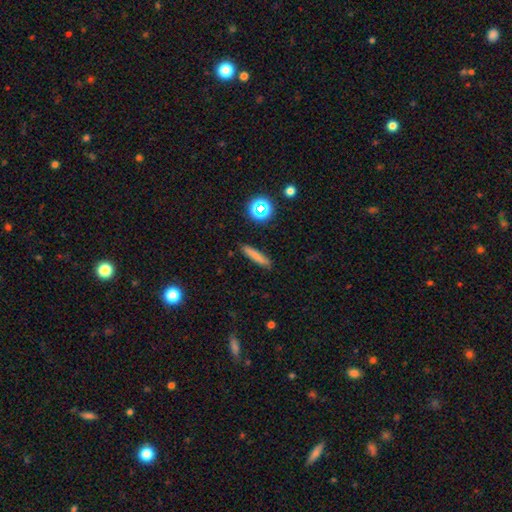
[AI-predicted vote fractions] smooth-or-featured: smooth: 75% | featured or disk: 14% | star or artifact: 11%
  how-rounded: cigar-shaped: 87% | in between: 10% | round: 3%
  merging: none: 88% | minor disturbance: 9% | major disturbance: 2% | merger: 2%